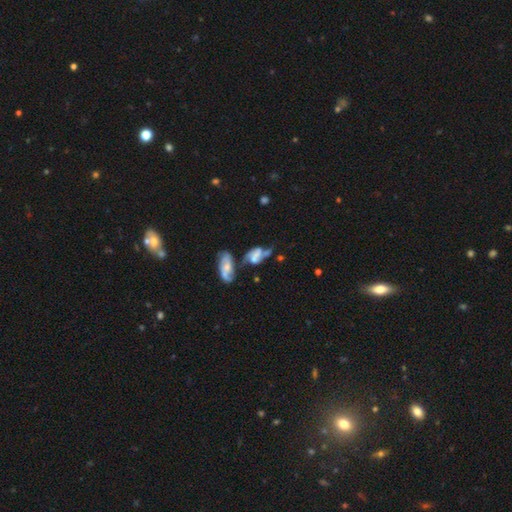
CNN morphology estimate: smooth-or-featured: featured or disk: 58% | smooth: 31% | star or artifact: 11%
  disk-edge-on: no: 92% | yes: 8%
    bar: no: 56% | weak: 32% | strong: 12%
    has-spiral-arms: yes: 75% | no: 25%
    bulge-size: small: 35% | none: 28% | moderate: 27% | large: 7% | dominant: 2%
  merging: merger: 41% | none: 27% | minor disturbance: 17% | major disturbance: 16%